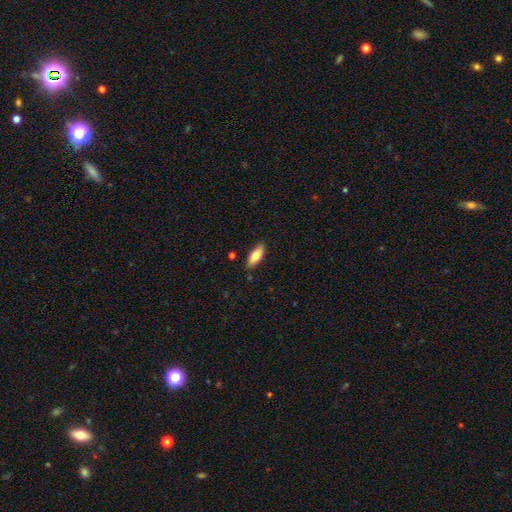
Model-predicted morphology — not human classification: Q: Smooth or featured?
A: smooth (77%); runner-up: featured or disk (17%)
Q: How rounded?
A: in between (75%); runner-up: cigar-shaped (23%)
Q: Merging?
A: none (85%); runner-up: minor disturbance (11%)